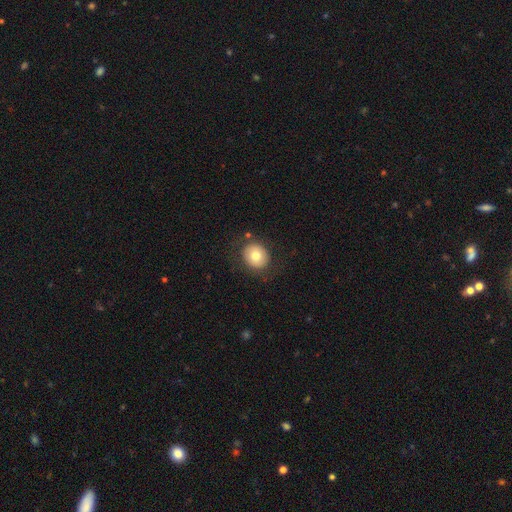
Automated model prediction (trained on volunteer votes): A smooth galaxy with no disk features (75%) that is round (82%). Merging: none (82%).